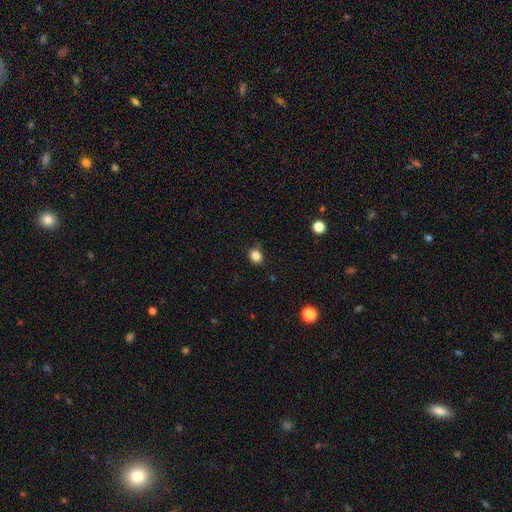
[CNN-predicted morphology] This is clearly a smooth galaxy (85%). How rounded: likely round (71%). Merging: clearly none (85%).